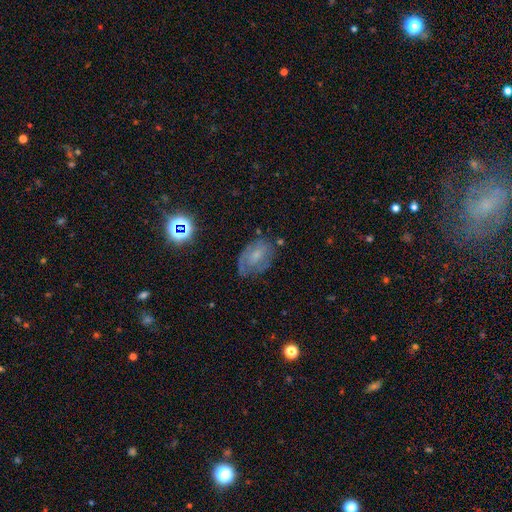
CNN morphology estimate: The model was most divided on "smooth or featured": featured or disk: 50%, smooth: 36%, star or artifact: 14%. More confident: edge-on disk — no (94%); merging — none (59%).